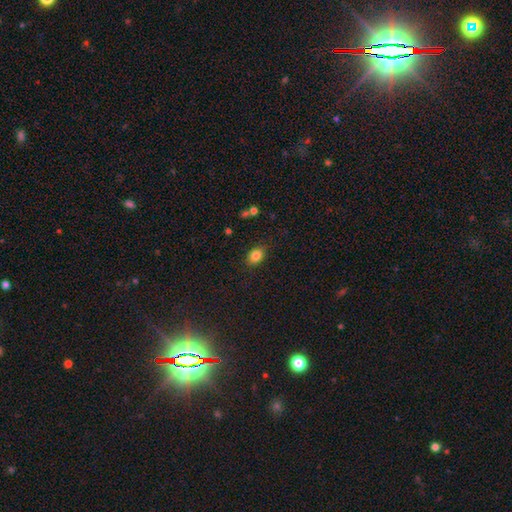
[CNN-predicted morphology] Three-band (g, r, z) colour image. It shows a smooth galaxy with no disk features (83%) that is in between round and cigar-shaped (66%). Merging: none (83%).